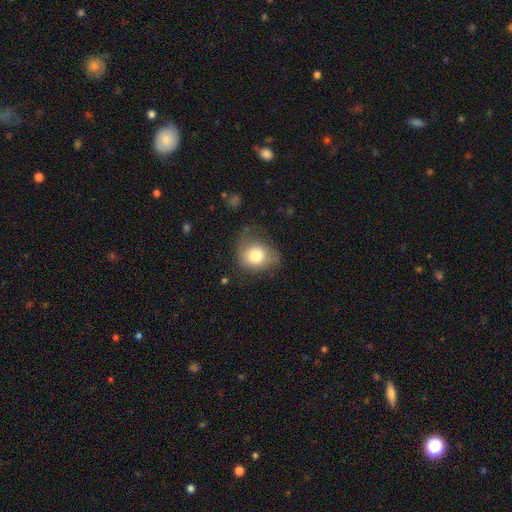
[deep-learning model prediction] smooth-or-featured: smooth: 75% | featured or disk: 18% | star or artifact: 8%
  how-rounded: round: 61% | in between: 38% | cigar-shaped: 1%
  merging: none: 43% | minor disturbance: 32% | major disturbance: 23% | merger: 2%